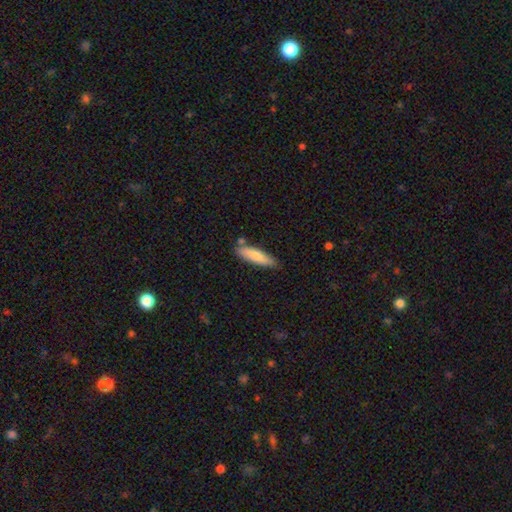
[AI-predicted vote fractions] Q: Smooth or featured?
A: smooth (76%); runner-up: featured or disk (19%)
Q: How rounded?
A: cigar-shaped (67%); runner-up: in between (32%)
Q: Merging?
A: none (77%); runner-up: minor disturbance (14%)